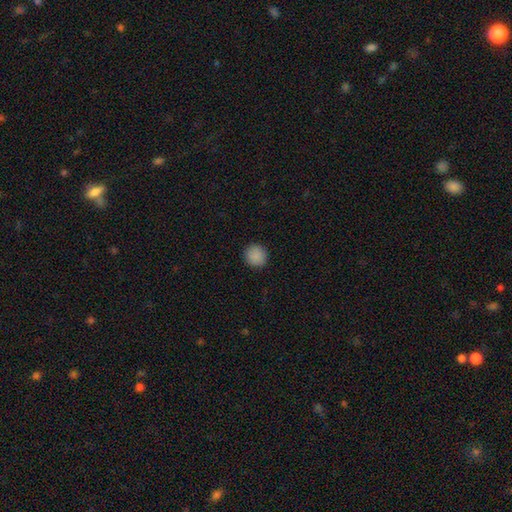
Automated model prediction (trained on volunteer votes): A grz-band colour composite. It shows a smooth galaxy with no disk features (89%) that is round (94%). Merging: none (93%).